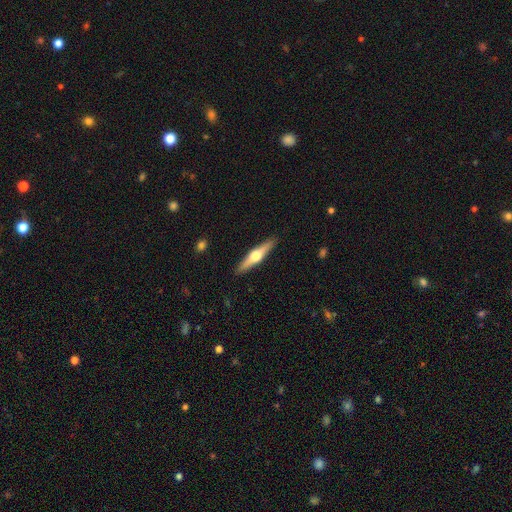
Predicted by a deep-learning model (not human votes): smooth-or-featured: featured or disk: 65% | smooth: 30% | star or artifact: 5%
  disk-edge-on: yes: 97% | no: 3%
    edge-on-bulge: rounded: 95% | boxy: 2% | none: 2%
  merging: none: 91% | minor disturbance: 7% | major disturbance: 1% | merger: 1%